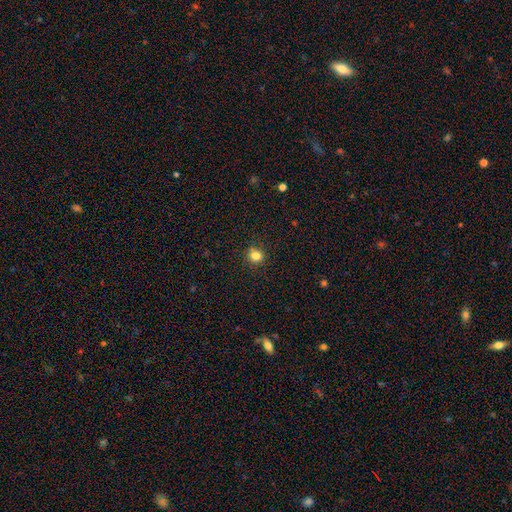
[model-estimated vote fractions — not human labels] Smooth or featured? smooth (81%)
How rounded? round (76%)
Merging? none (85%)